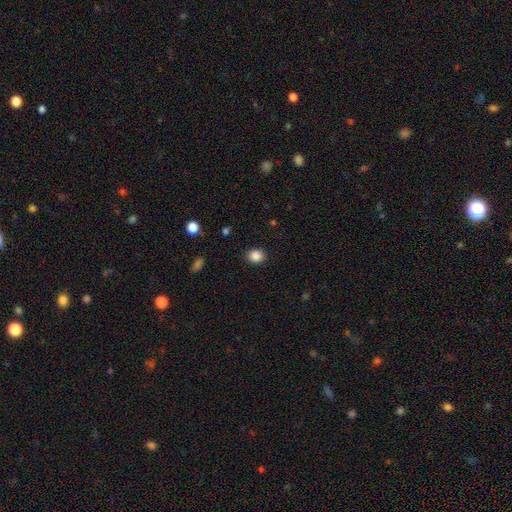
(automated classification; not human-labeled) Smooth or featured: smooth — 86% (star or artifact — 10%)
How rounded: round — 68% (in between — 32%)
Merging: none — 89% (minor disturbance — 8%)